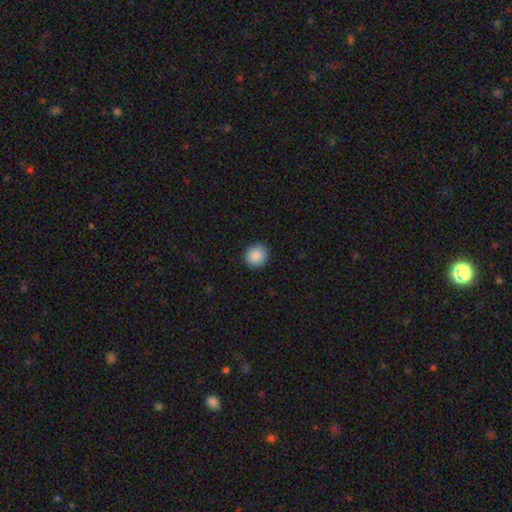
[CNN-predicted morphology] smooth 89%, star or artifact 8%, featured or disk 3%. Down the decision tree: how rounded — round (92%); merging — none (91%).